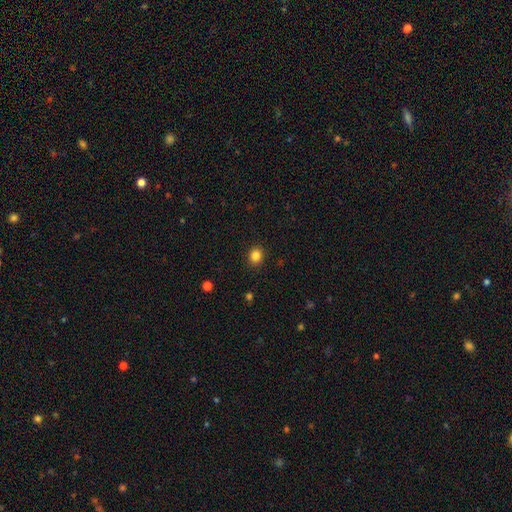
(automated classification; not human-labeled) Overall: smooth (84%). How rounded: round (76%). Merging: none (91%).